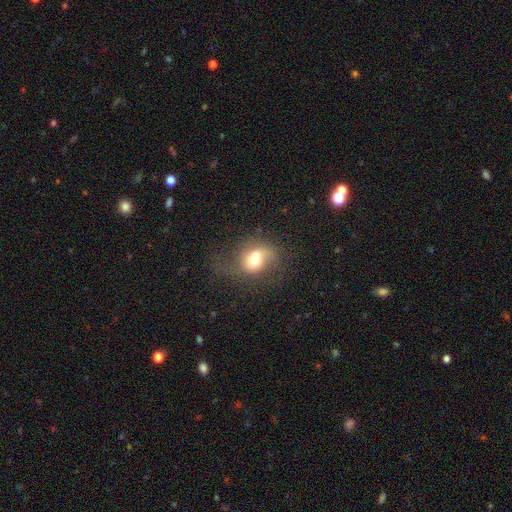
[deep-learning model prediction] smooth_or_featured: smooth (p=0.55) [alt: featured or disk p=0.33]
how_rounded: round (p=0.53) [alt: in between p=0.45]
merging: none (p=0.33) [alt: merger p=0.27]